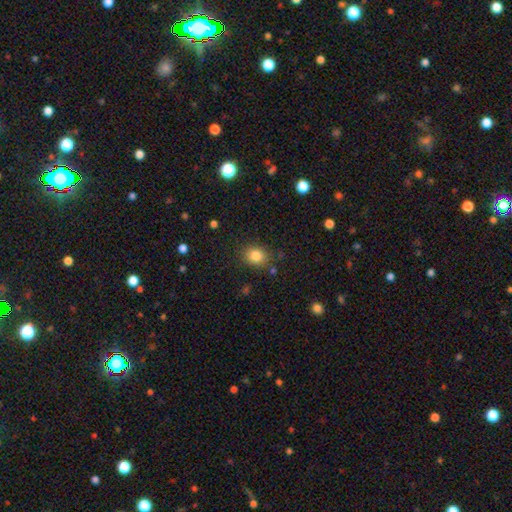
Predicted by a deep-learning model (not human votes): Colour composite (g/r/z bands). It shows a smooth galaxy with no disk features (84%) that is round (62%). Merging: none (82%).